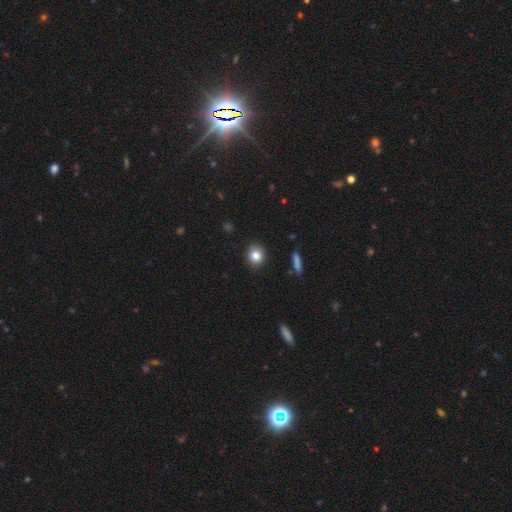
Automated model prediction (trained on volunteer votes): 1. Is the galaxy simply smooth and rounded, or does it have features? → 83% smooth, 10% star or artifact, 7% featured or disk.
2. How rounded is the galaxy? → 78% round, 21% in between, 1% cigar-shaped.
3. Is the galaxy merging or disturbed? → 89% none, 8% minor disturbance, 2% major disturbance, 1% merger.